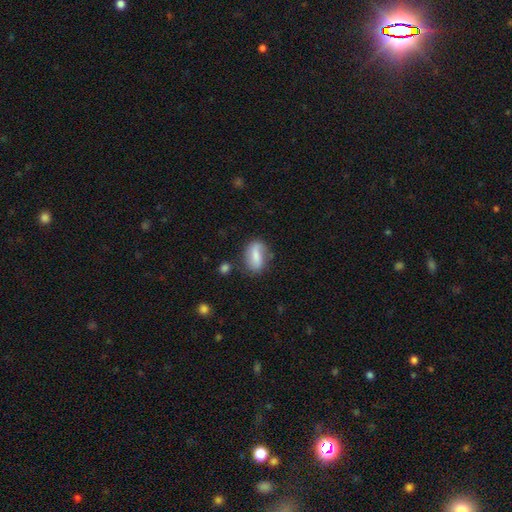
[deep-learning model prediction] A smooth galaxy with no disk features (63%) that is in between round and cigar-shaped (80%).

Vote fractions:
- Smooth or featured? smooth: 63% / featured or disk: 29% / star or artifact: 8%
- How rounded? in between: 80% / round: 12% / cigar-shaped: 8%
- Merging? none: 64% / minor disturbance: 23% / major disturbance: 8% / merger: 5%